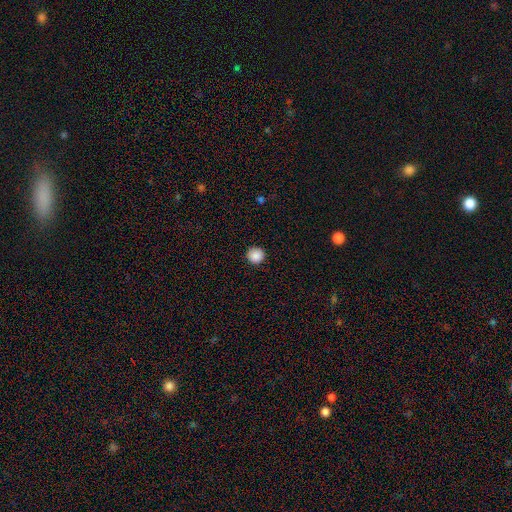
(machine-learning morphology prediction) This appears to be a smooth galaxy with no disk features (88%) that is round (95%). Merging: none (92%).